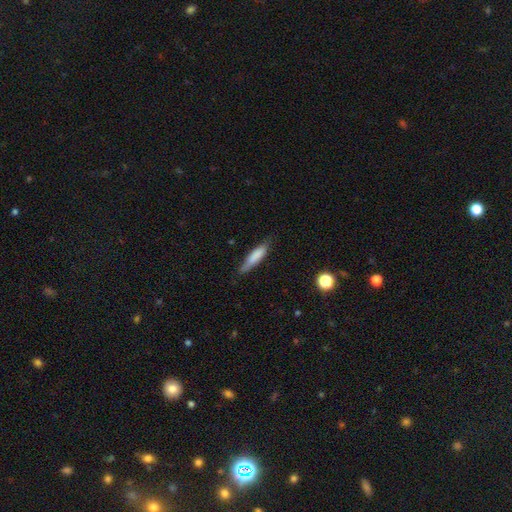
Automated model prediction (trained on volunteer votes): This is likely a smooth galaxy (78%). How rounded: likely cigar-shaped (78%). Merging: likely none (74%).